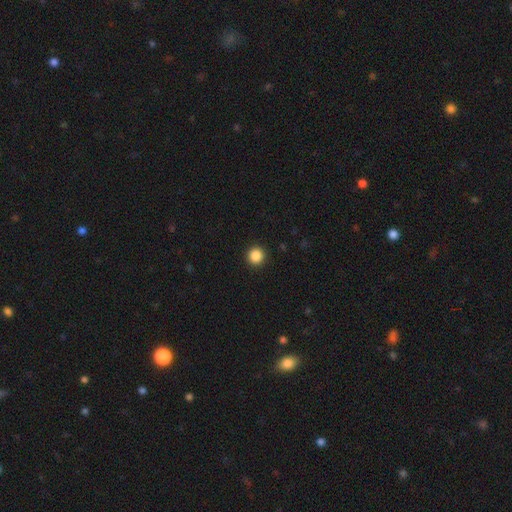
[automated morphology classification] smooth-or-featured: smooth: 87% | star or artifact: 10% | featured or disk: 3%
  how-rounded: round: 96% | in between: 3% | cigar-shaped: 1%
  merging: none: 93% | minor disturbance: 4% | major disturbance: 2% | merger: 1%